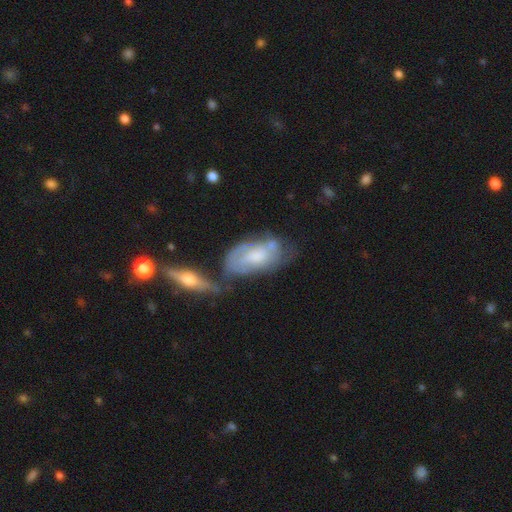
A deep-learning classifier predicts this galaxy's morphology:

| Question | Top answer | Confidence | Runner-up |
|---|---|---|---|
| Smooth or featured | featured or disk | 59% | smooth (34%) |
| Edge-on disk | no | 86% | yes (14%) |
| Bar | no | 67% | weak (27%) |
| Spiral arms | yes | 65% | no (35%) |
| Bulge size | moderate | 40% | small (31%) |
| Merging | none | 42% | minor disturbance (23%) |